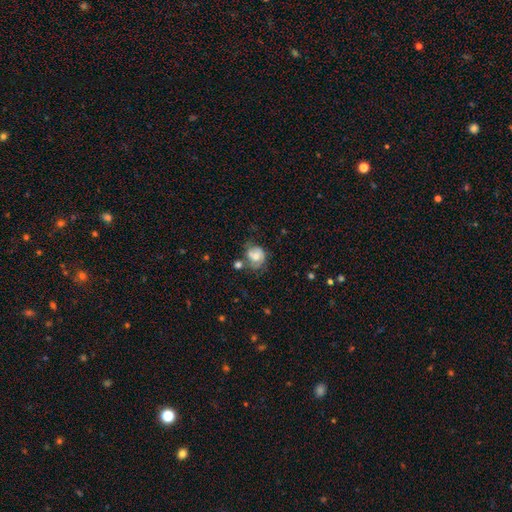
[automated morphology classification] Smooth or featured: featured or disk — 49% (smooth — 41%)
Merging: none — 45% (minor disturbance — 26%)